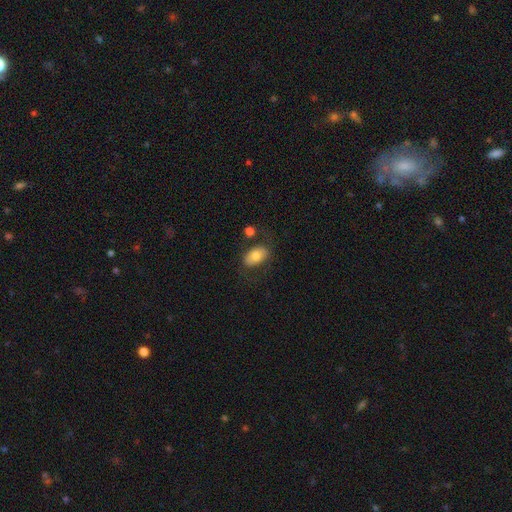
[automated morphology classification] A smooth galaxy with no disk features (73%) that is in between round and cigar-shaped (90%). Merging: none (65%).